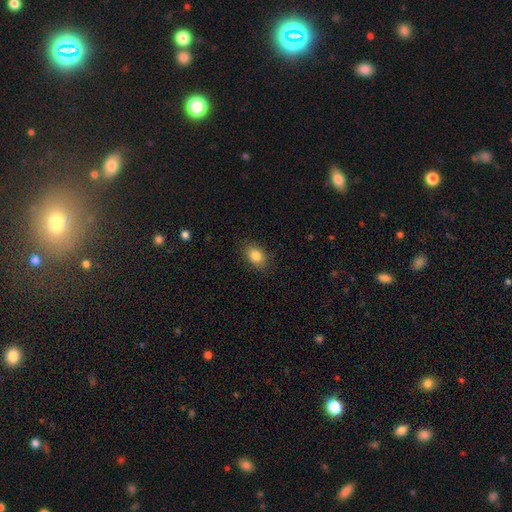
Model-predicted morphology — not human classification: Smooth or featured?
  - smooth: 84% *
  - star or artifact: 9%
  - featured or disk: 7%
How rounded?
  - in between: 76% *
  - round: 22%
  - cigar-shaped: 1%
Merging?
  - none: 87% *
  - minor disturbance: 10%
  - major disturbance: 3%
  - merger: 1%